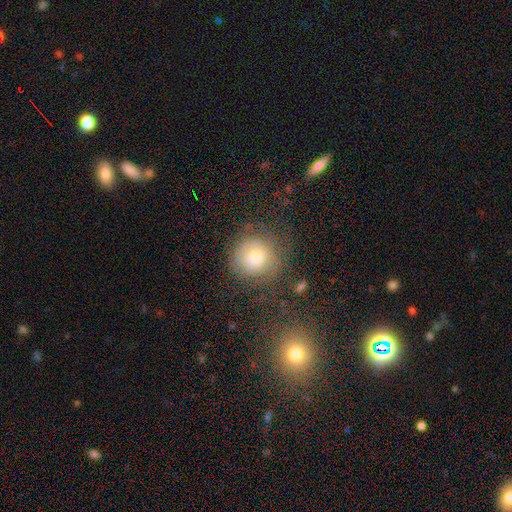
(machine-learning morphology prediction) smooth 51%, featured or disk 37%, star or artifact 12%. Down the decision tree: how rounded — round (90%); merging — none (69%).